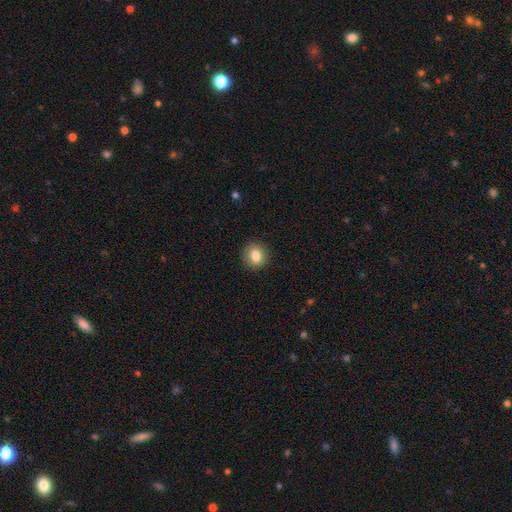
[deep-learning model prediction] Smooth or featured: smooth — 83% (star or artifact — 9%)
How rounded: round — 80% (in between — 19%)
Merging: none — 90% (minor disturbance — 7%)